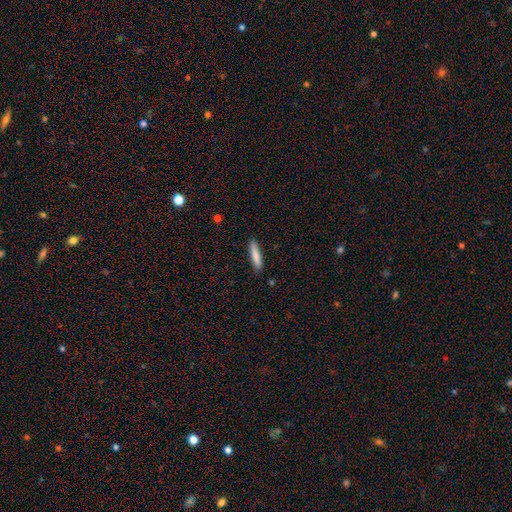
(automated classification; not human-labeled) Smooth or featured?
  - smooth: 83% *
  - featured or disk: 11%
  - star or artifact: 6%
How rounded?
  - cigar-shaped: 87% *
  - in between: 12%
  - round: 1%
Merging?
  - none: 86% *
  - minor disturbance: 10%
  - major disturbance: 2%
  - merger: 1%